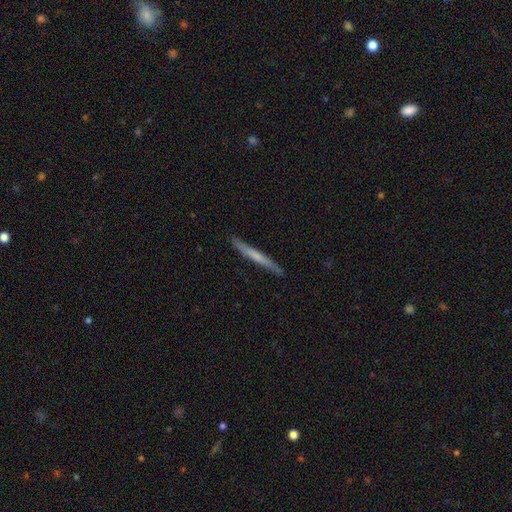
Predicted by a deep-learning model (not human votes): smooth 53%, featured or disk 42%, star or artifact 6%. Down the decision tree: how rounded — cigar-shaped (97%); merging — none (90%).